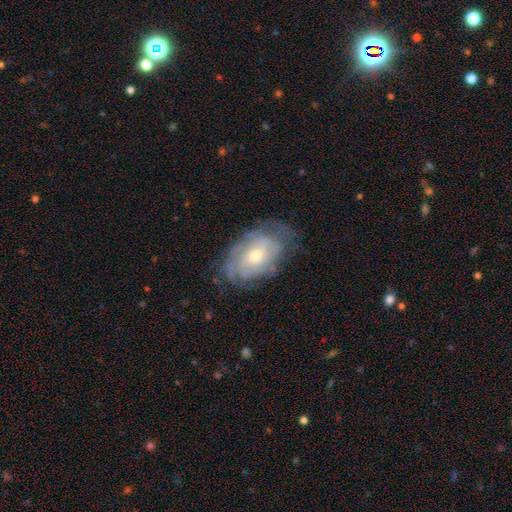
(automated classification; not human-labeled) A featured or disk galaxy (70%) with no bar (71%), tight (64%) spiral arms (78%) and a moderate central bulge (50%).

Vote fractions:
- Smooth or featured? featured or disk: 70% / smooth: 23% / star or artifact: 7%
- Edge-on disk? no: 94% / yes: 6%
- Bar? no: 71% / weak: 24% / strong: 4%
- Spiral arms? yes: 78% / no: 22%
- Spiral winding? tight: 64% / medium: 26% / loose: 9%
- Spiral arm count? can't tell: 60% / 2: 17% / 3: 9% / 4: 6% / 1: 4% / more than 4: 4%
- Bulge size? moderate: 50% / small: 45% / large: 3% / none: 1% / dominant: 1%
- Merging? none: 65% / minor disturbance: 24% / major disturbance: 10% / merger: 1%